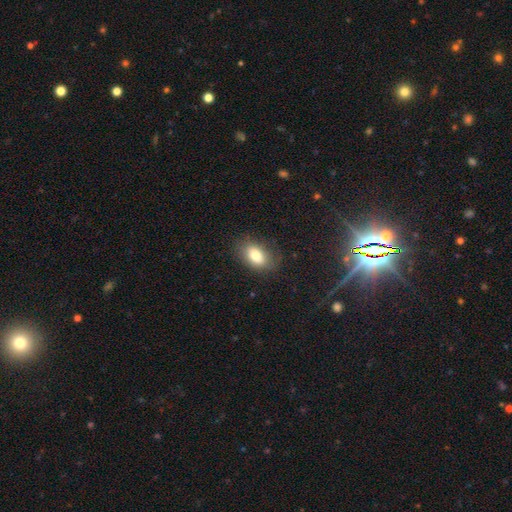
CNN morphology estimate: smooth 80%, featured or disk 11%, star or artifact 9%. Down the decision tree: how rounded — in between (86%); merging — none (80%).